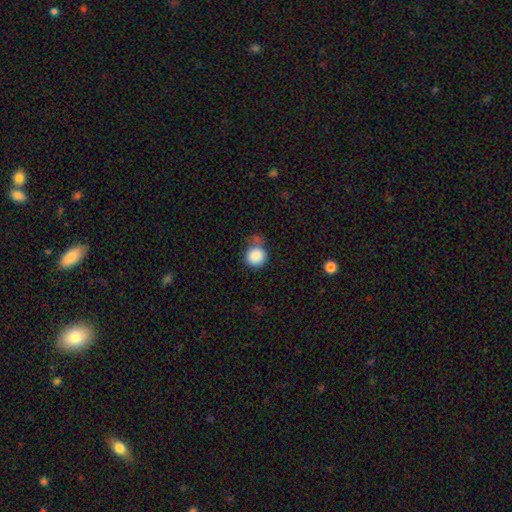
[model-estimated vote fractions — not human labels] Morphology: type=smooth (88%); roundness=round (91%); merging=none (57%).